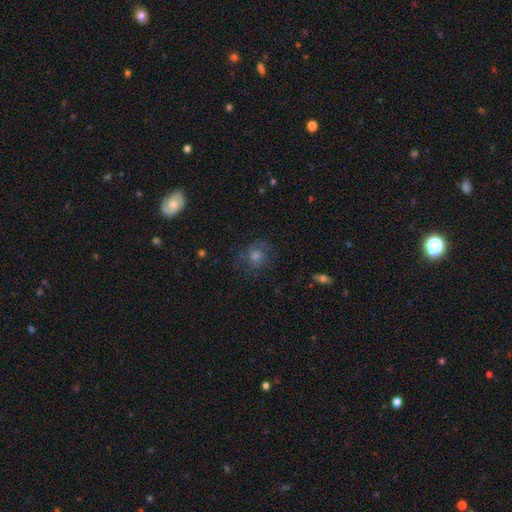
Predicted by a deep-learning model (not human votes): Morphology: type=smooth (39%); merging=none (74%).